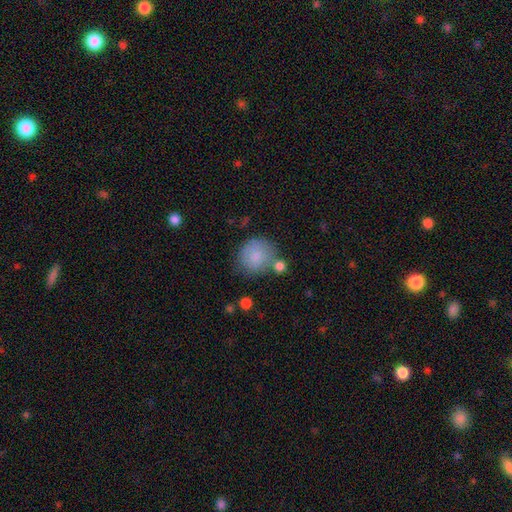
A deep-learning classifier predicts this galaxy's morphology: A smooth galaxy with no disk features (82%) that is round (87%). Merging: none (61%).